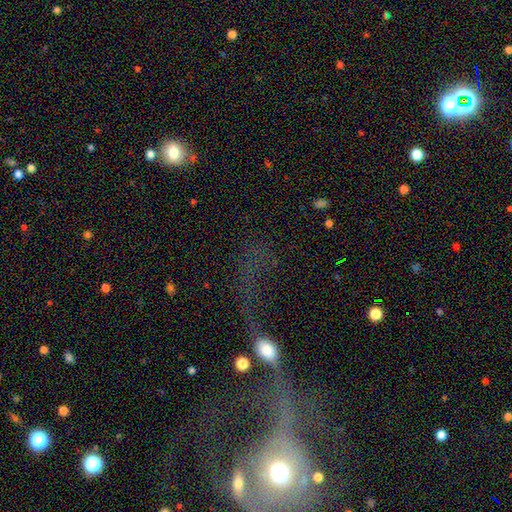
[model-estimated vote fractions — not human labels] Smooth or featured? Predicted: featured or disk (p=0.41). Merging? Predicted: major disturbance (p=0.43).